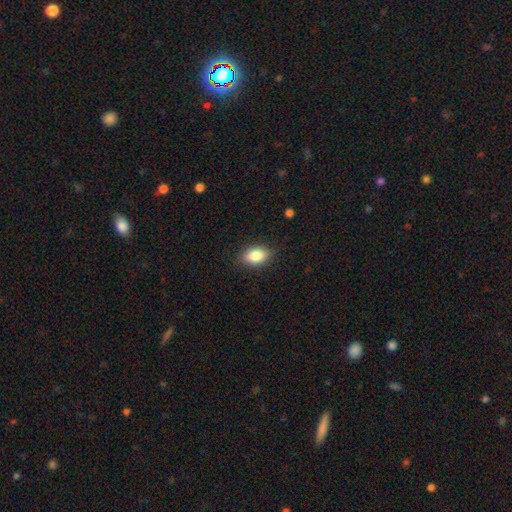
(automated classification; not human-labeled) Smooth or featured?
  - smooth: 84% *
  - featured or disk: 8%
  - star or artifact: 8%
How rounded?
  - in between: 87% *
  - round: 10%
  - cigar-shaped: 3%
Merging?
  - none: 83% *
  - minor disturbance: 13%
  - major disturbance: 3%
  - merger: 1%